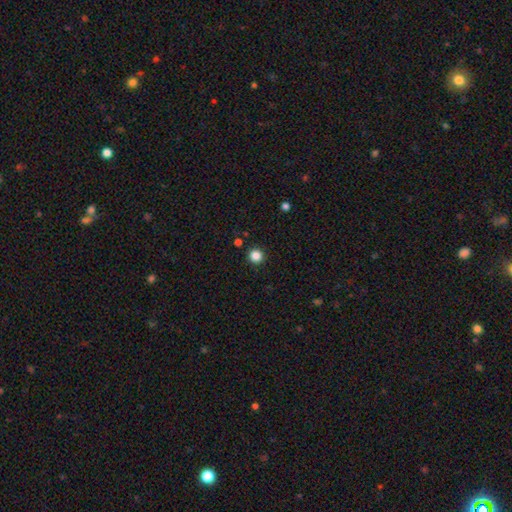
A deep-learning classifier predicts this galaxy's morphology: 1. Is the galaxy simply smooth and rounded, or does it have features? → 85% smooth, 12% star or artifact, 3% featured or disk.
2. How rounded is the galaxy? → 94% round, 5% in between, 1% cigar-shaped.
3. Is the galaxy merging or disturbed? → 92% none, 5% minor disturbance, 2% major disturbance, 2% merger.